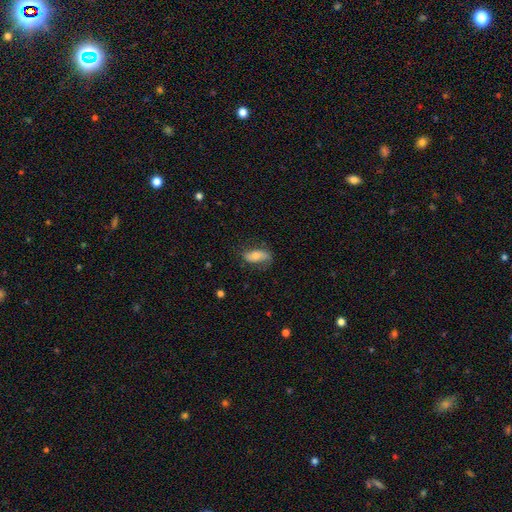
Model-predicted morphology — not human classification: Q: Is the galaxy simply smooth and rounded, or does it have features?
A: smooth — 55%.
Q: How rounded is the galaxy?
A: in between — 80%.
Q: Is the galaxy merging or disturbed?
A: none — 62%.